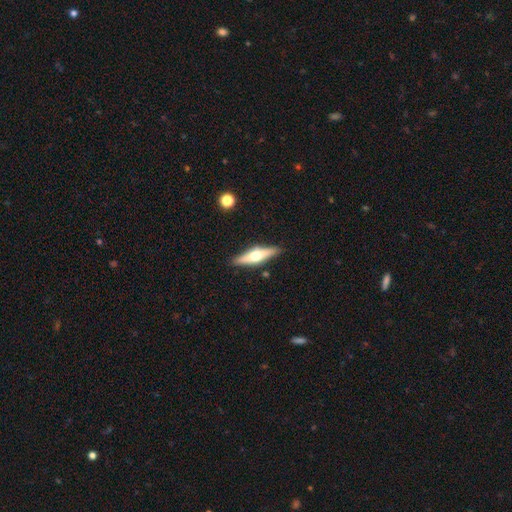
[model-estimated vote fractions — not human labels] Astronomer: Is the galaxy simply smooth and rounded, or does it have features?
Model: featured or disk — 59% (runner-up: smooth, 35%).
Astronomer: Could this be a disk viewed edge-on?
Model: yes — 94%.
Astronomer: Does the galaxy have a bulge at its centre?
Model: rounded — 94%.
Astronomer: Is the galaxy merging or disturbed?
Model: none — 87%.